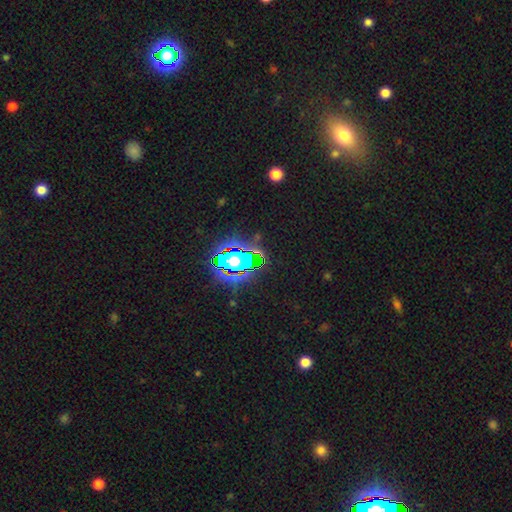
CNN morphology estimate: Smooth or featured? Predicted: star or artifact (p=0.64).